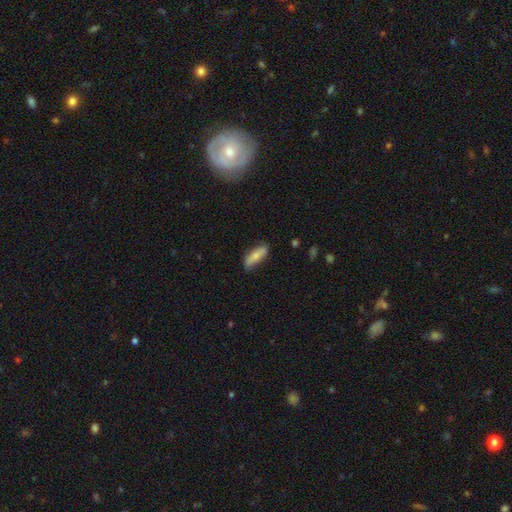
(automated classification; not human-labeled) Smooth or featured: smooth — 73% (featured or disk — 21%)
How rounded: in between — 64% (cigar-shaped — 34%)
Merging: none — 73% (minor disturbance — 22%)